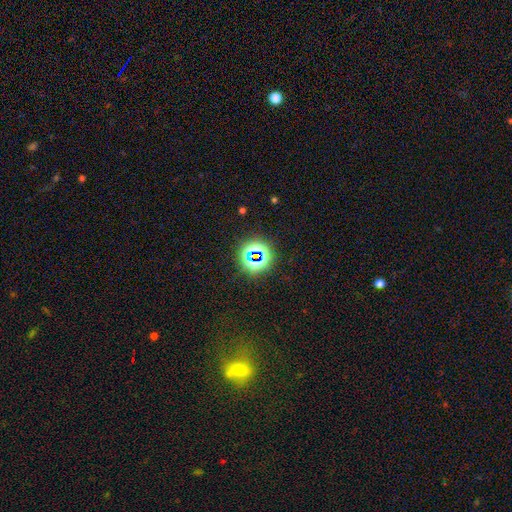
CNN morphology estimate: A star or artifact, not a galaxy (71%).

Vote fractions:
- Smooth or featured? star or artifact: 71% / smooth: 20% / featured or disk: 10%